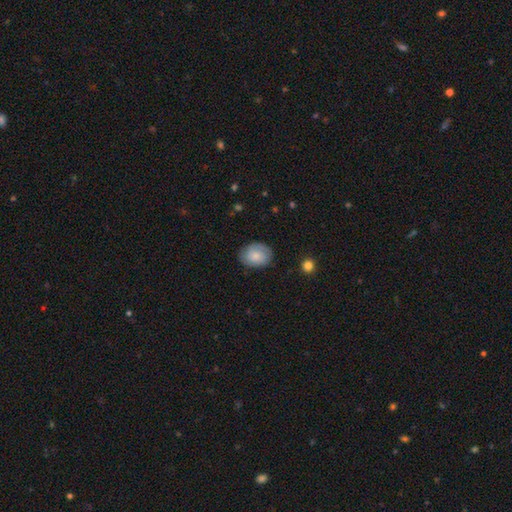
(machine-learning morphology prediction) smooth_or_featured: smooth (p=0.74) [alt: featured or disk p=0.19]
how_rounded: in between (p=0.63) [alt: round p=0.36]
merging: none (p=0.79) [alt: minor disturbance p=0.16]